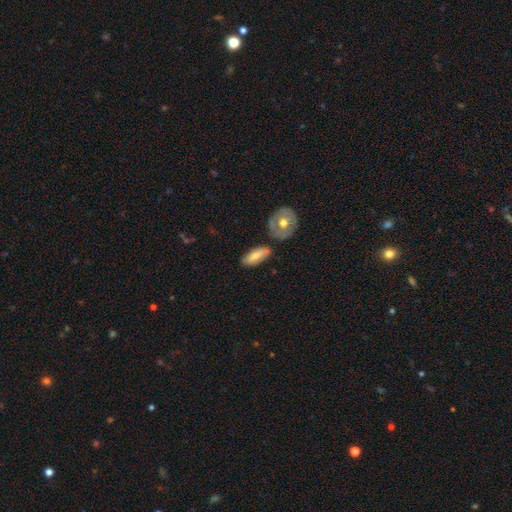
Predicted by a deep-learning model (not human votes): Smooth or featured?
  - smooth: 67% *
  - featured or disk: 27%
  - star or artifact: 6%
How rounded?
  - in between: 75% *
  - cigar-shaped: 22%
  - round: 3%
Merging?
  - none: 74% *
  - minor disturbance: 14%
  - merger: 8%
  - major disturbance: 3%